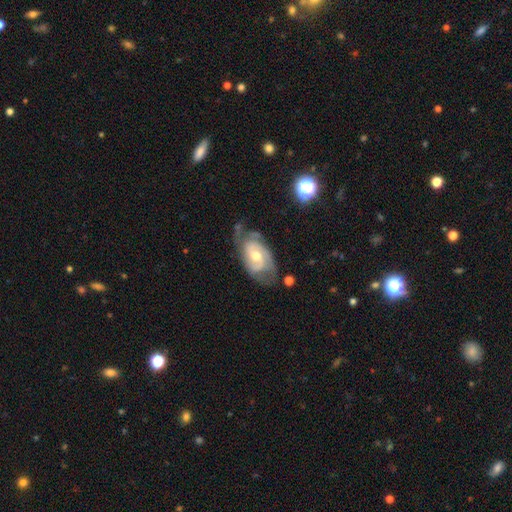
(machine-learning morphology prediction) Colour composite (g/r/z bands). It shows a featured or disk galaxy (82%) with no bar (53%), 2 (58%) tight (52%) spiral arms (93%) and a moderate central bulge (66%). Merging: none (59%).